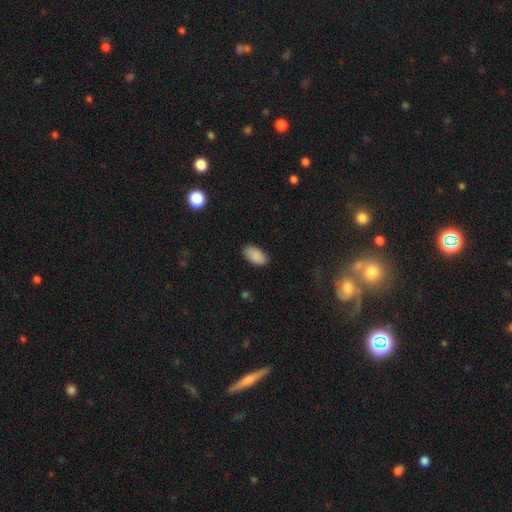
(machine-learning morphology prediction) A smooth galaxy with no disk features (89%) that is in between round and cigar-shaped (94%).

Vote fractions:
- Smooth or featured? smooth: 89% / star or artifact: 7% / featured or disk: 4%
- How rounded? in between: 94% / round: 4% / cigar-shaped: 2%
- Merging? none: 85% / minor disturbance: 12% / major disturbance: 2% / merger: 1%